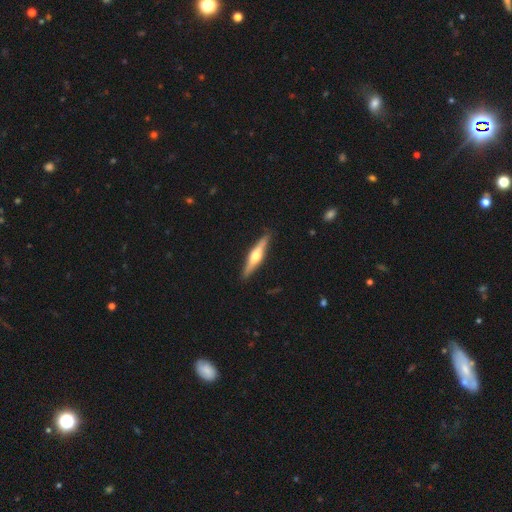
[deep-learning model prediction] Smooth or featured?
  - featured or disk: 65% *
  - smooth: 30%
  - star or artifact: 5%
Edge-on disk?
  - yes: 96% *
  - no: 4%
Edge-on bulge?
  - rounded: 92% *
  - boxy: 5%
  - none: 3%
Merging?
  - none: 89% *
  - minor disturbance: 8%
  - major disturbance: 2%
  - merger: 1%